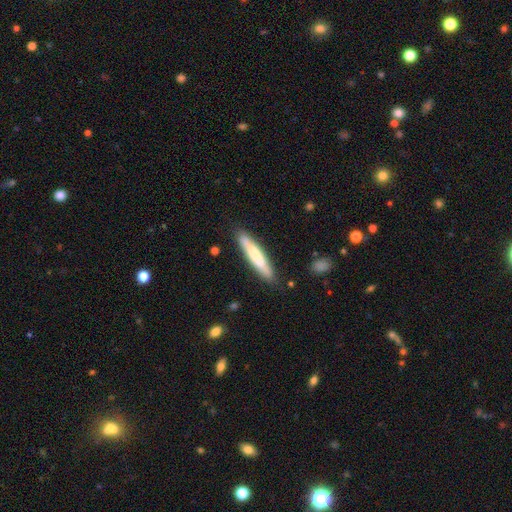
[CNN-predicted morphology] A smooth galaxy with no disk features (66%) that is cigar-shaped (91%). Merging: none (84%).